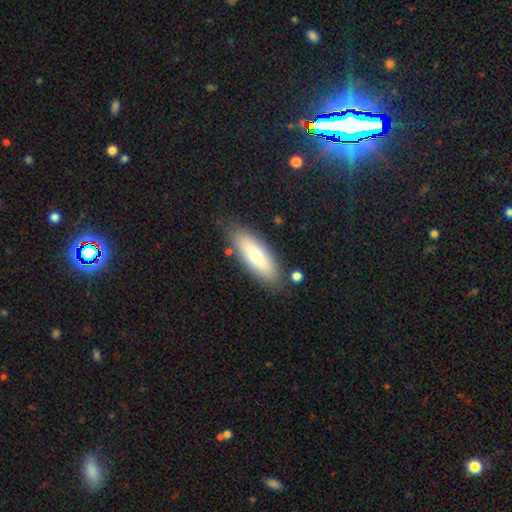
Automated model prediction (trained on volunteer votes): Overall: smooth (73%). How rounded: in between (59%; cigar-shaped 39%). Merging: none (81%).